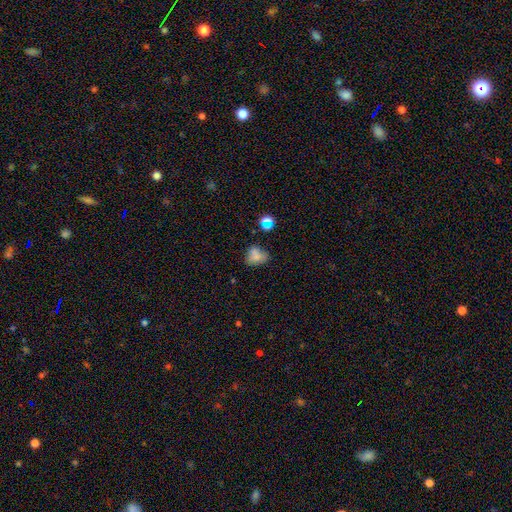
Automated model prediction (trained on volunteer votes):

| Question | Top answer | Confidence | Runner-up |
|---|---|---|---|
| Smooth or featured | smooth | 71% | star or artifact (16%) |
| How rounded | in between | 60% | round (38%) |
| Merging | none | 51% | minor disturbance (26%) |